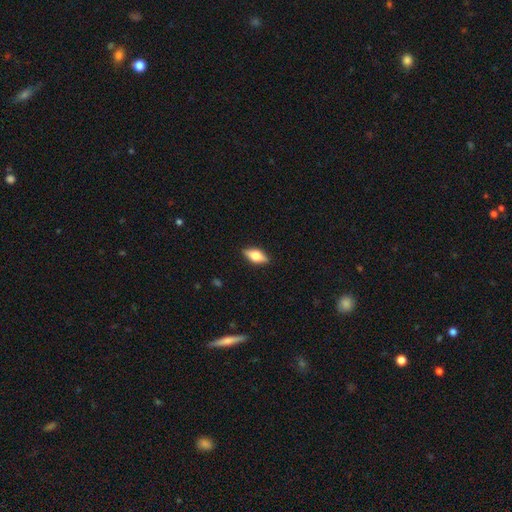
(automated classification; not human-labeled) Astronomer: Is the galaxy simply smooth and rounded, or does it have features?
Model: smooth — 59% (runner-up: featured or disk, 34%).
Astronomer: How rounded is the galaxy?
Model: in between — 81%.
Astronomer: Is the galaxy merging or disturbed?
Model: none — 88%.